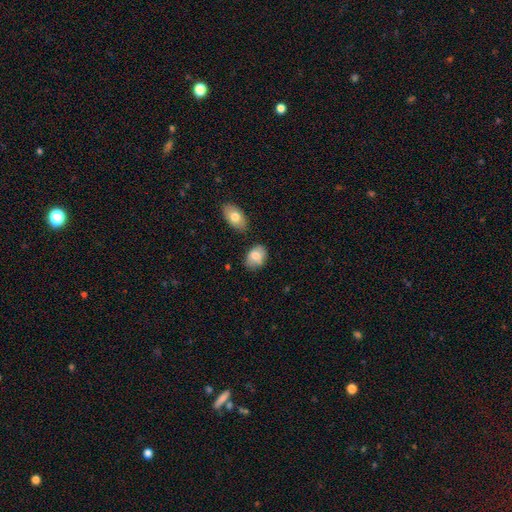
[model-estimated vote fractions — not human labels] smooth 76%, featured or disk 17%, star or artifact 7%. Down the decision tree: how rounded — in between (80%); merging — none (68%).